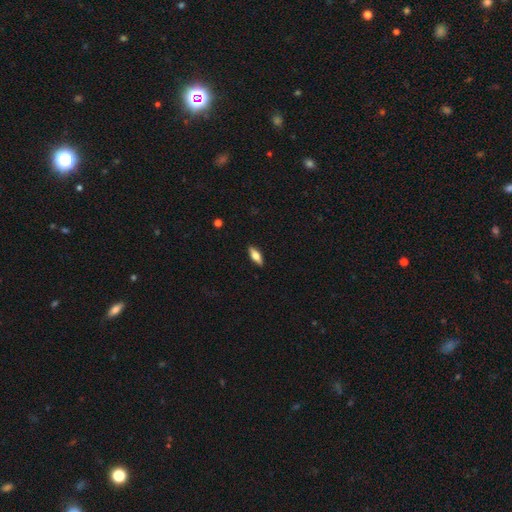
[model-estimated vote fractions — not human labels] The model was most divided on "smooth or featured": smooth: 62%, featured or disk: 32%, star or artifact: 6%. More confident: merging — none (90%); how rounded — in between (69%).